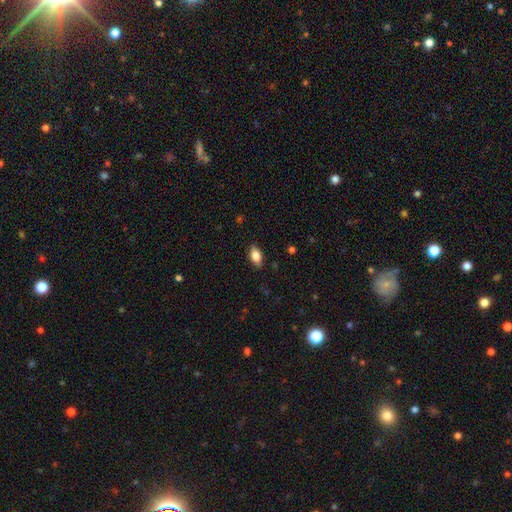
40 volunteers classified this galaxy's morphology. Smooth or featured: smooth — 65% (featured or disk — 25%)
How rounded: in between — 85% (round — 8%)
Merging: none — 78% (minor disturbance — 11%)